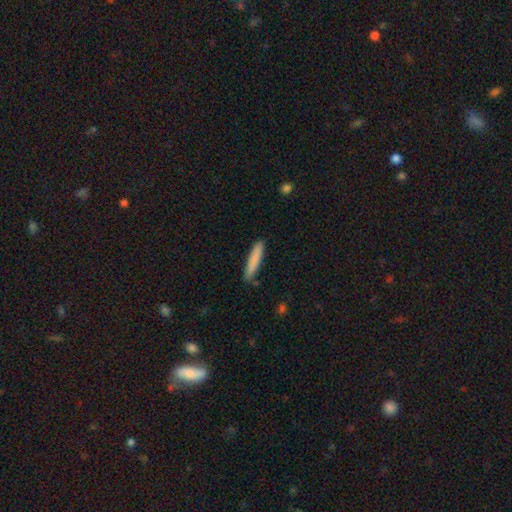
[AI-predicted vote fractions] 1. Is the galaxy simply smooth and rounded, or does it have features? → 78% smooth, 14% featured or disk, 8% star or artifact.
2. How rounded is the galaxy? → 93% cigar-shaped, 5% in between, 1% round.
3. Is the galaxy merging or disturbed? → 89% none, 8% minor disturbance, 2% major disturbance, 1% merger.